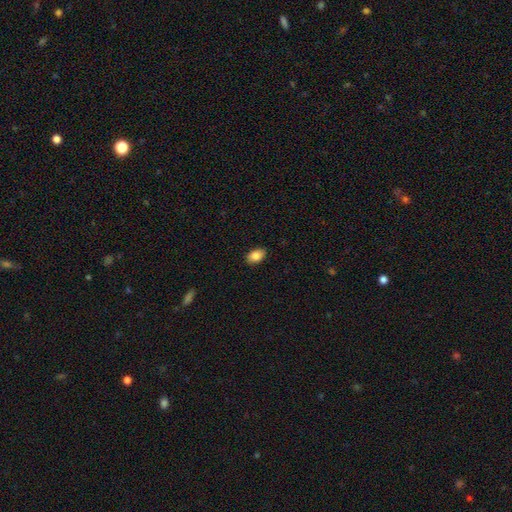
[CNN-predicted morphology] Overall: smooth (85%). How rounded: in between (87%). Merging: none (88%).